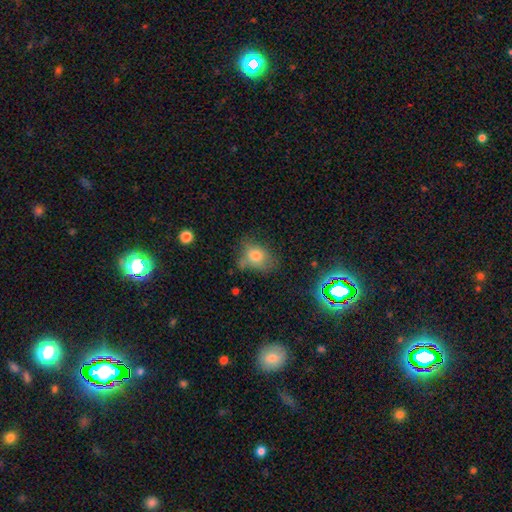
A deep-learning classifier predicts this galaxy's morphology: A smooth galaxy with no disk features (73%) that is in between round and cigar-shaped (66%).

Vote fractions:
- Smooth or featured? smooth: 73% / featured or disk: 15% / star or artifact: 12%
- How rounded? in between: 66% / round: 33% / cigar-shaped: 1%
- Merging? none: 46% / minor disturbance: 30% / major disturbance: 15% / merger: 9%